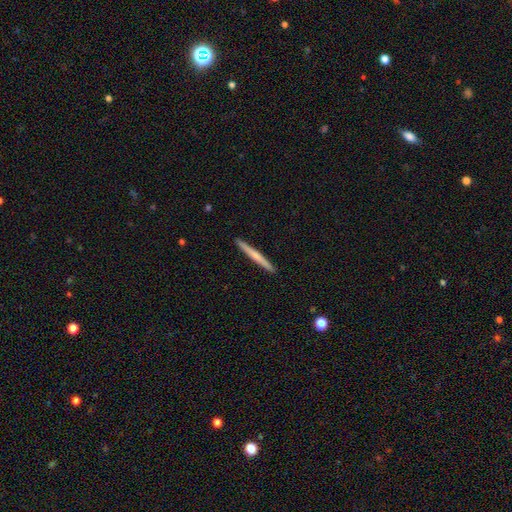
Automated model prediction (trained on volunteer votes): A smooth galaxy with no disk features (52%) that is cigar-shaped (97%). Merging: none (93%).